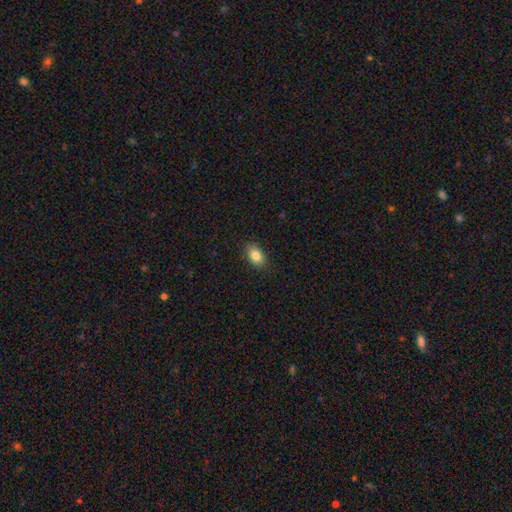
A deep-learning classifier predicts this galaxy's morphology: This appears to be a smooth galaxy with no disk features (85%) that is in between round and cigar-shaped (87%). Merging: none (87%).